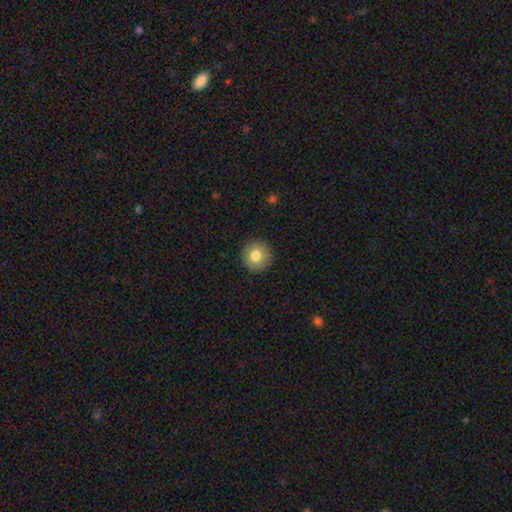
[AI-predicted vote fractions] Smooth or featured? Predicted: smooth (p=0.79). How rounded? Predicted: round (p=0.94). Merging? Predicted: none (p=0.91).